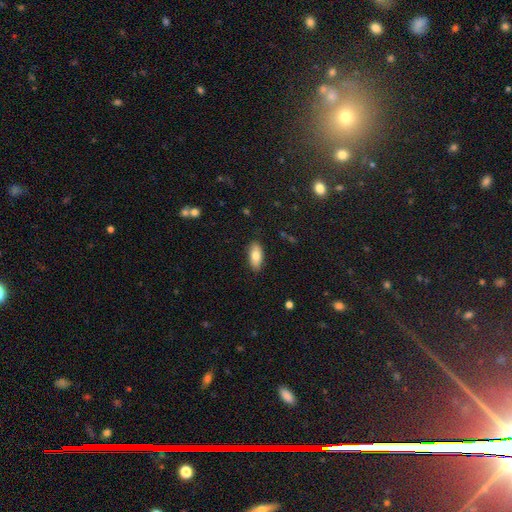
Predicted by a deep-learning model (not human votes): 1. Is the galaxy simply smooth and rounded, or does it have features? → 79% smooth, 14% featured or disk, 7% star or artifact.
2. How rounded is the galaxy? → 88% in between, 10% cigar-shaped, 3% round.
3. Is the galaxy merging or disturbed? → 87% none, 10% minor disturbance, 2% major disturbance, 1% merger.